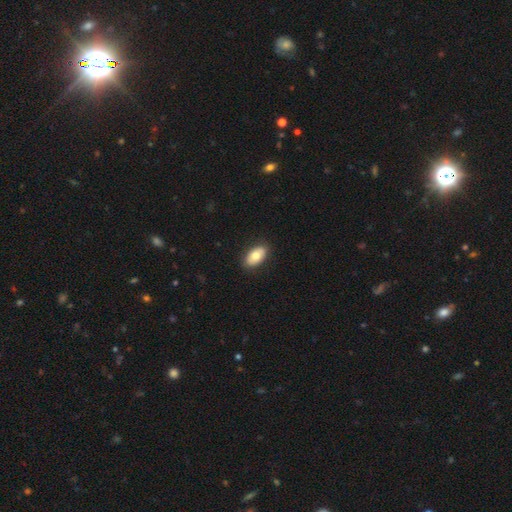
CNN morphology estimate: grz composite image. It shows a smooth galaxy with no disk features (75%) that is in between round and cigar-shaped (93%). Merging: none (88%).